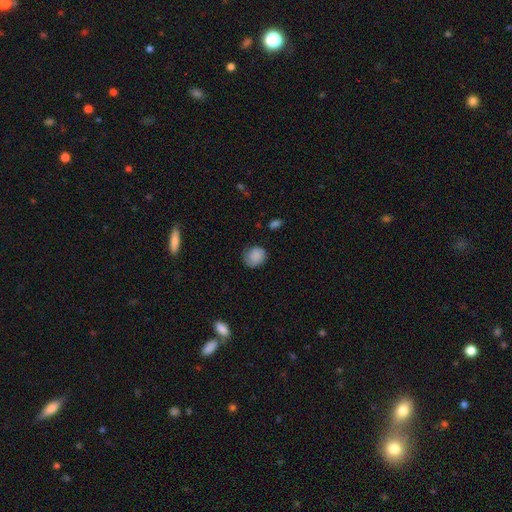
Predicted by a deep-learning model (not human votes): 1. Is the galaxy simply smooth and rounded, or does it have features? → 79% smooth, 12% featured or disk, 8% star or artifact.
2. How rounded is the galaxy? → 76% round, 23% in between, 1% cigar-shaped.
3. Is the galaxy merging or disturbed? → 70% none, 22% minor disturbance, 6% major disturbance, 1% merger.